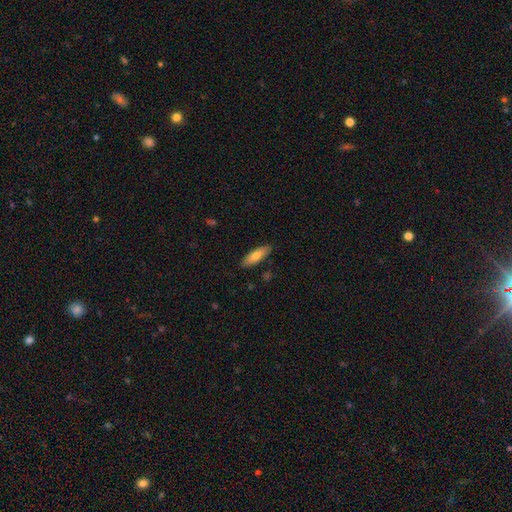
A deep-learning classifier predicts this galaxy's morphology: Q: Smooth or featured?
A: smooth (73%); runner-up: featured or disk (21%)
Q: How rounded?
A: in between (51%); runner-up: cigar-shaped (47%)
Q: Merging?
A: none (87%); runner-up: minor disturbance (10%)